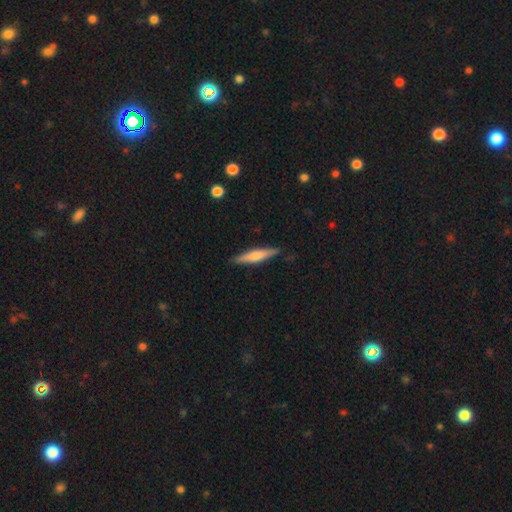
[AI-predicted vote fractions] This is possibly a smooth galaxy (53%). How rounded: clearly cigar-shaped (87%). Merging: clearly none (87%).